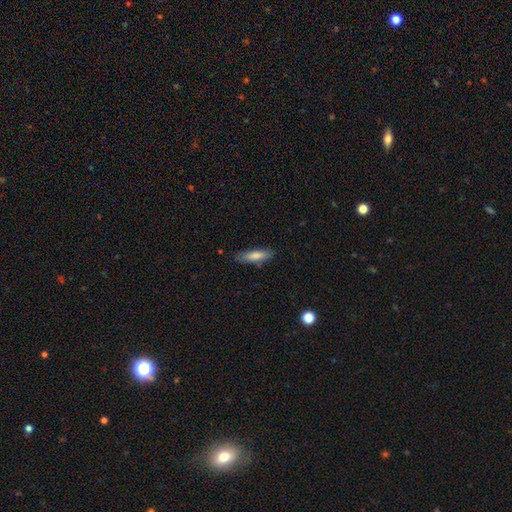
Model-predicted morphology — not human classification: smooth_or_featured: smooth (p=0.78) [alt: featured or disk p=0.16]
how_rounded: cigar-shaped (p=0.65) [alt: in between p=0.33]
merging: none (p=0.81) [alt: minor disturbance p=0.14]